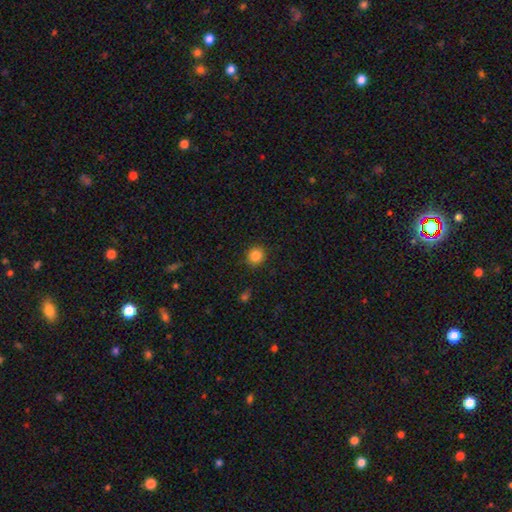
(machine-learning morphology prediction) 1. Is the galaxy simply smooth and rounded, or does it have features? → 85% smooth, 11% star or artifact, 4% featured or disk.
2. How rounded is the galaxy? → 86% round, 13% in between, 1% cigar-shaped.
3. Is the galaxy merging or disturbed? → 88% none, 9% minor disturbance, 2% major disturbance, 1% merger.